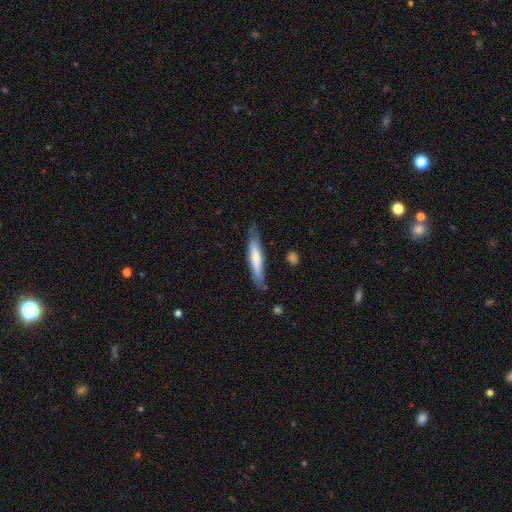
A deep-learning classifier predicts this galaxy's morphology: Smooth or featured? smooth (55%)
How rounded? cigar-shaped (89%)
Merging? none (78%)